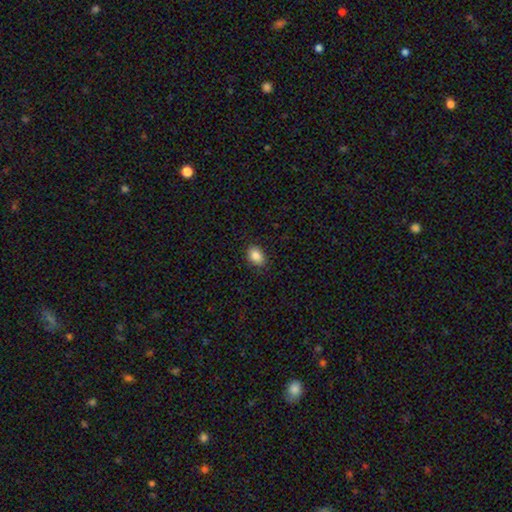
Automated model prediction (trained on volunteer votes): The model was most divided on "how rounded": in between: 78%, round: 20%, cigar-shaped: 1%. More confident: merging — none (88%); smooth or featured — smooth (86%).